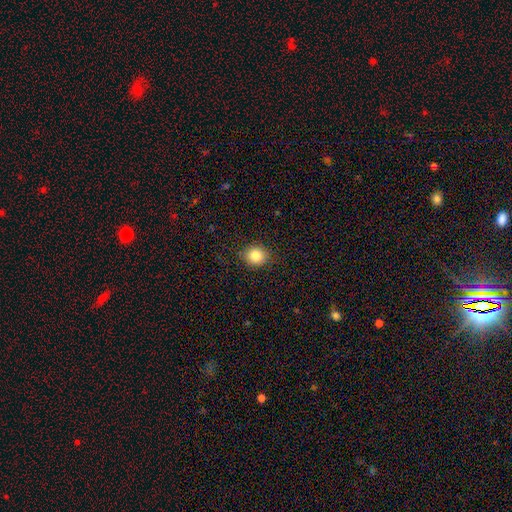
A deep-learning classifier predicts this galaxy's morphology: Smooth or featured? Predicted: smooth (p=0.84). How rounded? Predicted: round (p=0.75). Merging? Predicted: none (p=0.88).